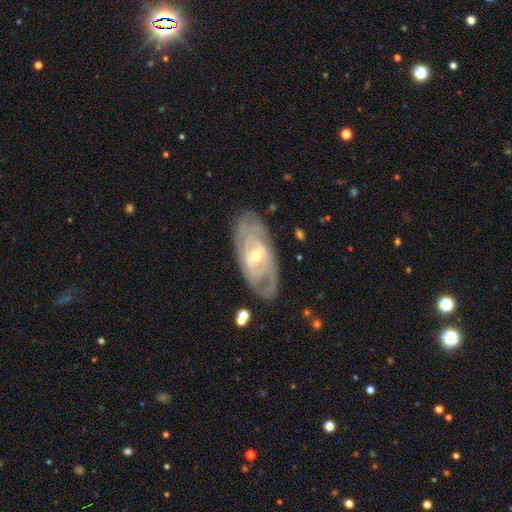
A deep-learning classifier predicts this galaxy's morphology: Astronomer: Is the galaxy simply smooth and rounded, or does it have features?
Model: featured or disk — 84%.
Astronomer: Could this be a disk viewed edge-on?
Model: no — 92%.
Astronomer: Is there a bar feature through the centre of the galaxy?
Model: weak — 48% (runner-up: no, 31%).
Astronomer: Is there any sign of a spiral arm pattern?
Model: yes — 92%.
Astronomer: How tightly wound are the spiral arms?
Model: tight — 66%.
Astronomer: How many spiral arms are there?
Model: can't tell — 39% (runner-up: 2, 32%).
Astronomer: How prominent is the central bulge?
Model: small — 54% (runner-up: moderate, 43%).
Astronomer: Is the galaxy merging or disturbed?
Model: none — 78%.